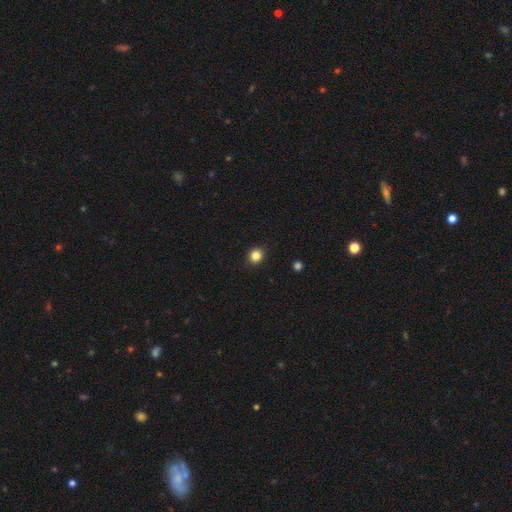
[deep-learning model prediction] A smooth galaxy with no disk features (85%) that is round (81%). Merging: none (91%).